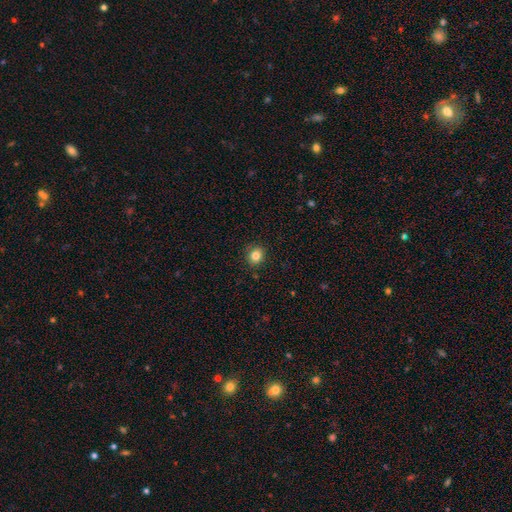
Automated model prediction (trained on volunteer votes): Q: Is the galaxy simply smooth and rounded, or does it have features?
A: smooth — 83%.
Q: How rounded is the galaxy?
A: round — 75%.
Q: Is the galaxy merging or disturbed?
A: none — 89%.